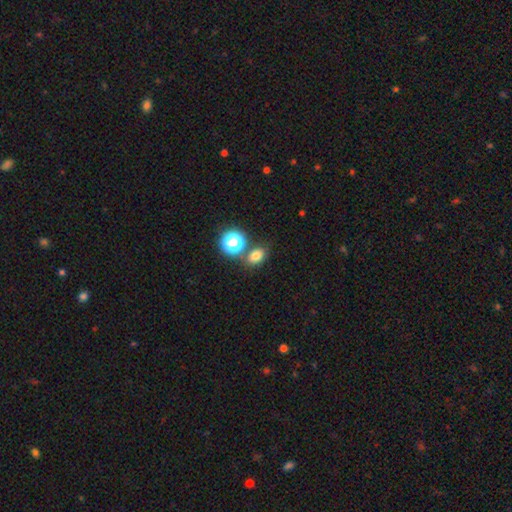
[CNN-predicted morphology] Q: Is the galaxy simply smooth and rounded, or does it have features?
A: smooth — 74%.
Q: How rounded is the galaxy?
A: in between — 61%.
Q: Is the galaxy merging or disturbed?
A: none — 71%.